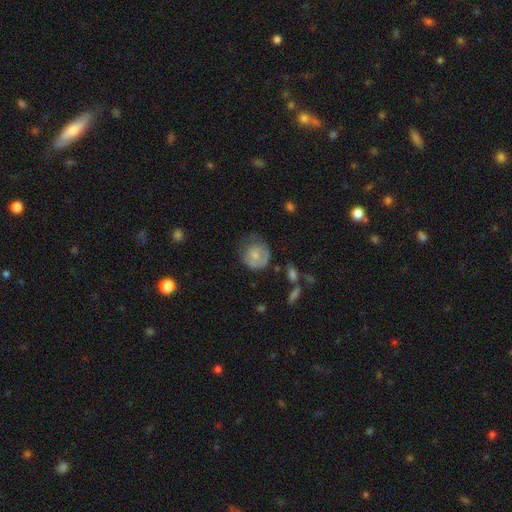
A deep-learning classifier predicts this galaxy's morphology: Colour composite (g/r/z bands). It shows a smooth galaxy with no disk features (64%) that is round (82%). Merging: none (47%).